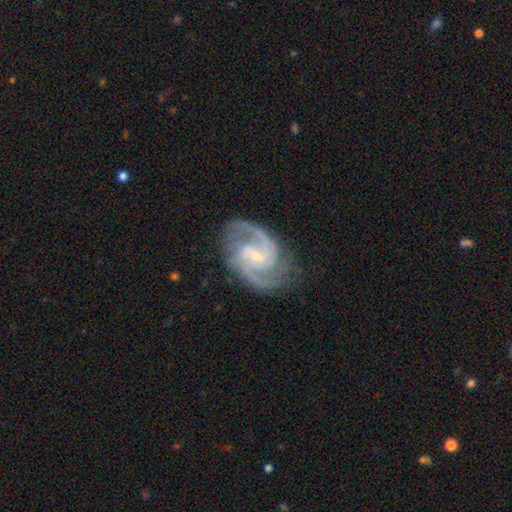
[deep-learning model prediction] smooth-or-featured: featured or disk: 93% | star or artifact: 4% | smooth: 3%
  disk-edge-on: no: 98% | yes: 2%
    bar: weak: 47% | no: 37% | strong: 16%
    has-spiral-arms: yes: 98% | no: 2%
      spiral-winding: medium: 60% | tight: 30% | loose: 11%
      spiral-arm-count: 2: 76% | 3: 13% | can't tell: 4% | 4: 3% | 1: 2% | more than 4: 2%
    bulge-size: small: 73% | moderate: 22% | none: 3% | large: 1% | dominant: 1%
  merging: none: 76% | minor disturbance: 16% | major disturbance: 6% | merger: 2%